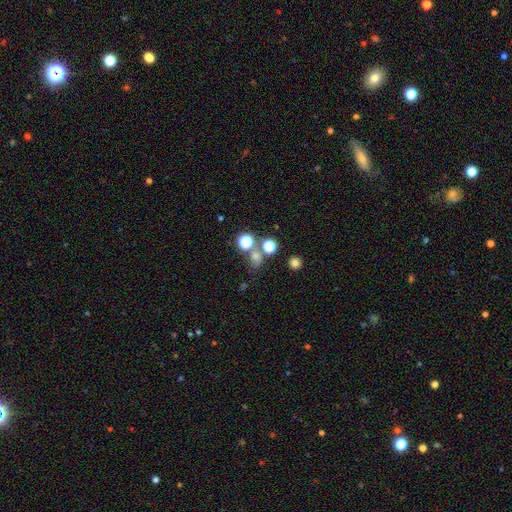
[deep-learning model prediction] A smooth galaxy with no disk features (59%) that is round (72%). Merging: none (60%).